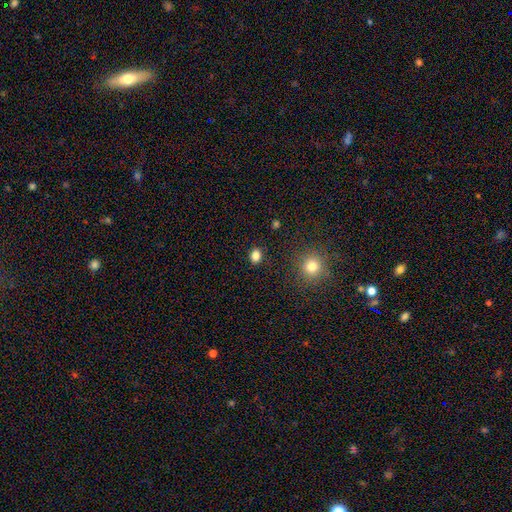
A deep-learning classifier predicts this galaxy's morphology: Smooth or featured? Predicted: smooth (p=0.83). How rounded? Predicted: in between (p=0.51). Merging? Predicted: none (p=0.88).